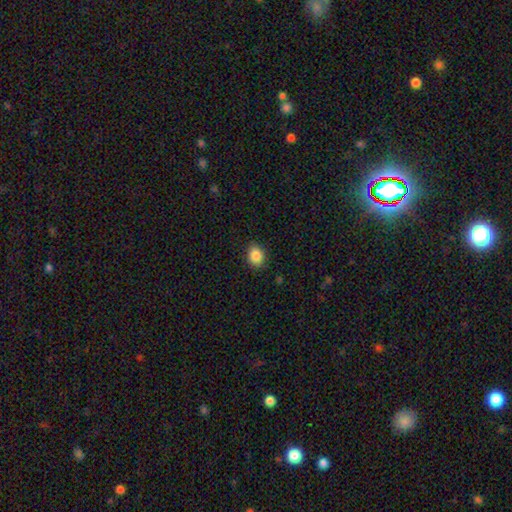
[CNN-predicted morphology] Q: Smooth or featured?
A: smooth (87%); runner-up: star or artifact (9%)
Q: How rounded?
A: round (50%); runner-up: in between (49%)
Q: Merging?
A: none (88%); runner-up: minor disturbance (9%)